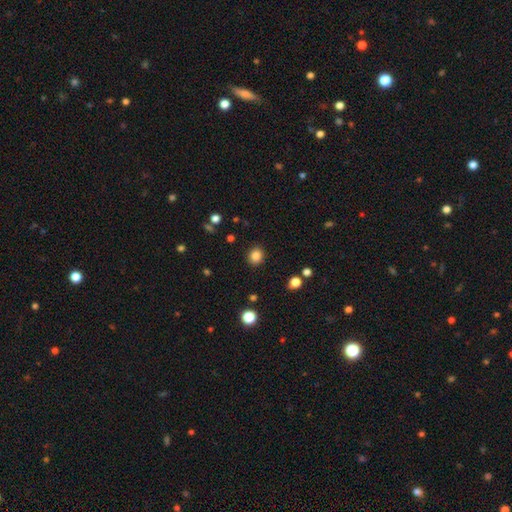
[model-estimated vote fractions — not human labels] Smooth or featured? Predicted: smooth (p=0.85). How rounded? Predicted: round (p=0.76). Merging? Predicted: none (p=0.89).